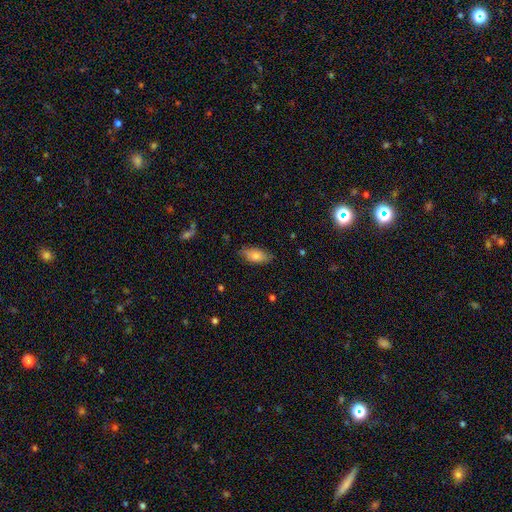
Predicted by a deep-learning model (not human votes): Smooth or featured?
  - smooth: 77% *
  - featured or disk: 16%
  - star or artifact: 7%
How rounded?
  - in between: 89% *
  - cigar-shaped: 8%
  - round: 3%
Merging?
  - none: 78% *
  - minor disturbance: 18%
  - major disturbance: 3%
  - merger: 1%